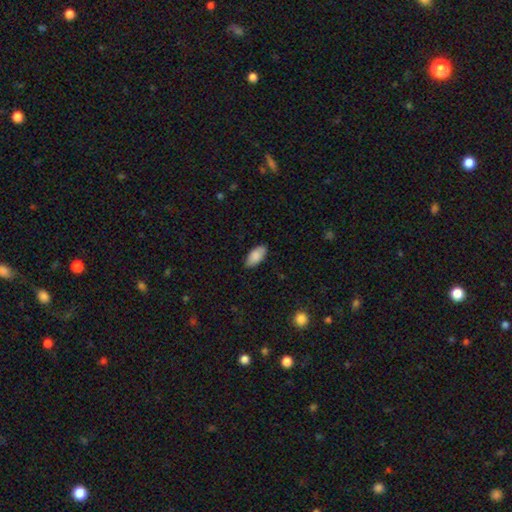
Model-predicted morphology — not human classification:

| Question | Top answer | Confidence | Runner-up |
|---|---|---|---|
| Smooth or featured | smooth | 87% | featured or disk (7%) |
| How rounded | in between | 93% | cigar-shaped (5%) |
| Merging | none | 86% | minor disturbance (11%) |